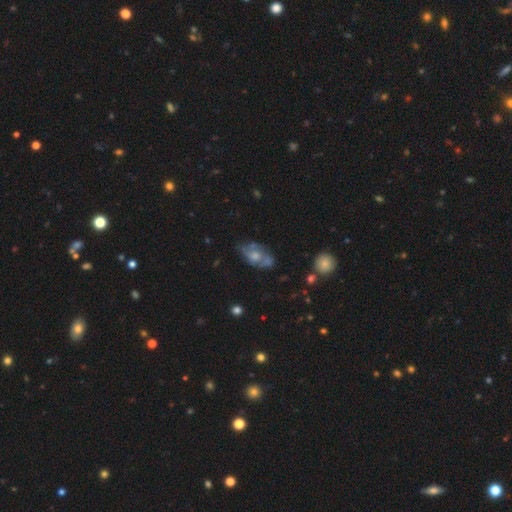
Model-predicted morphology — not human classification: The model was most divided on "spiral arms": yes: 53%, no: 47%. Remaining: edge-on disk — no (92%); bar — no (77%); smooth or featured — featured or disk (56%); merging — none (52%); bulge size — moderate (50%).